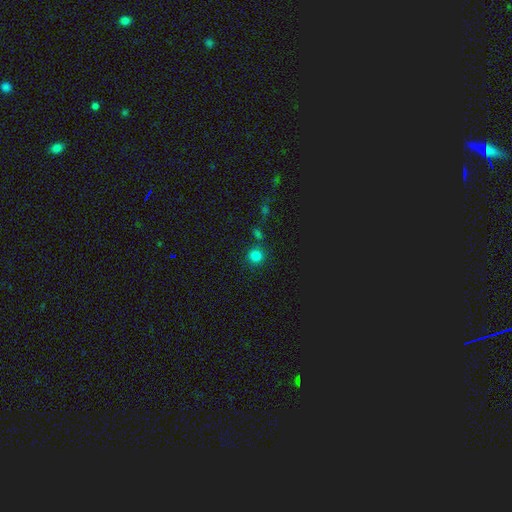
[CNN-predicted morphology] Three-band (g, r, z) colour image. It shows a smooth galaxy with no disk features (79%) that is round (92%). Merging: none (78%).